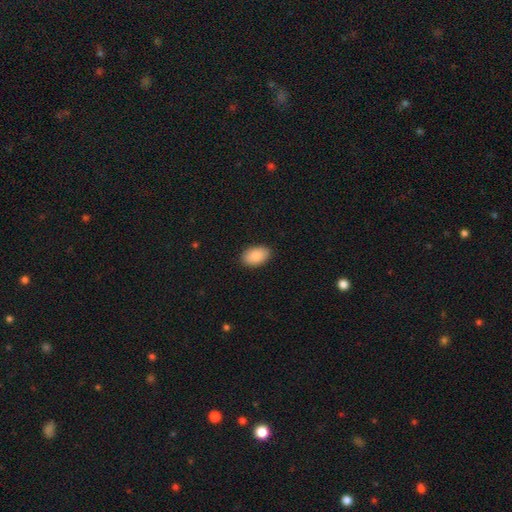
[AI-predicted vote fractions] Morphology: type=smooth (89%); roundness=in between (91%); merging=none (89%).